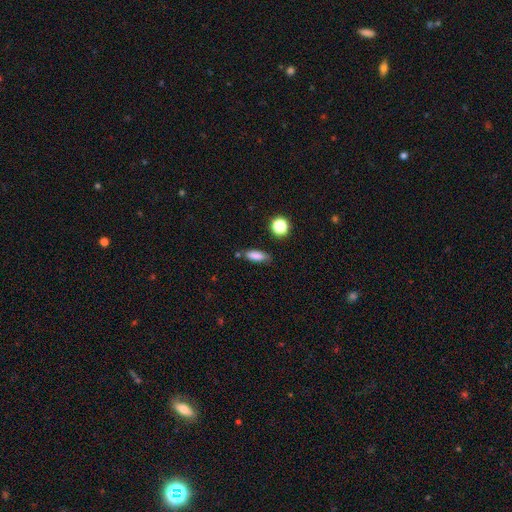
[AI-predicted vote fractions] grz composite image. It shows a smooth galaxy with no disk features (81%) that is in between round and cigar-shaped (62%). Merging: none (74%).